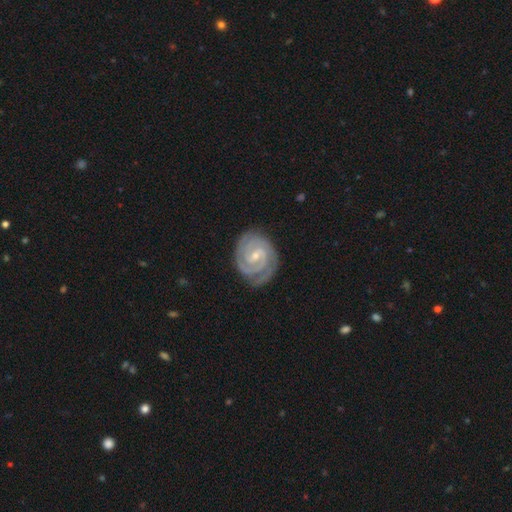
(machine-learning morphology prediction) Overall: featured or disk (91%). Edge-on disk: no (98%). Bar: weak (52%; no 29%). Spiral arms: yes (99%). Spiral arm count: 2 (66%). Spiral winding: tight (81%). Bulge size: small (65%; moderate 31%). Merging: none (79%).